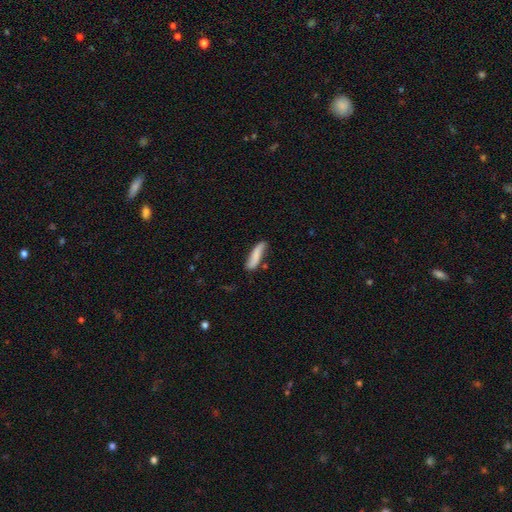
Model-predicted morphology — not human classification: A smooth galaxy with no disk features (69%) that is cigar-shaped (73%). Merging: none (60%).